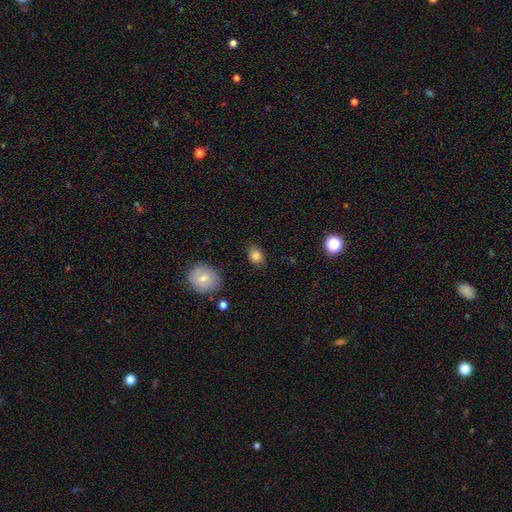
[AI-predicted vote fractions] This is clearly a smooth galaxy (83%). How rounded: likely in between (60%). Merging: clearly none (81%).